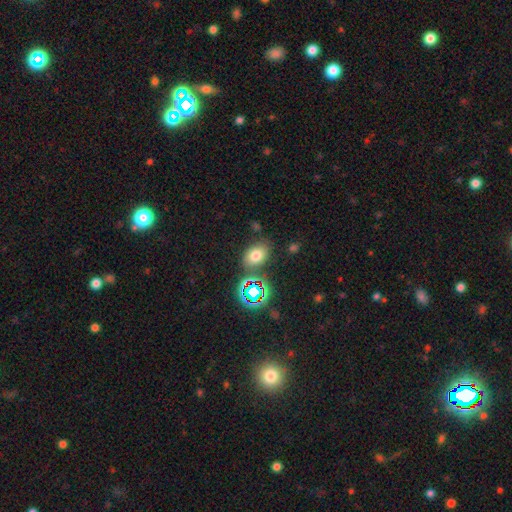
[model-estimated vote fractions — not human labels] smooth_or_featured: smooth (p=0.68) [alt: star or artifact p=0.21]
how_rounded: in between (p=0.76) [alt: round p=0.23]
merging: none (p=0.75) [alt: minor disturbance p=0.14]